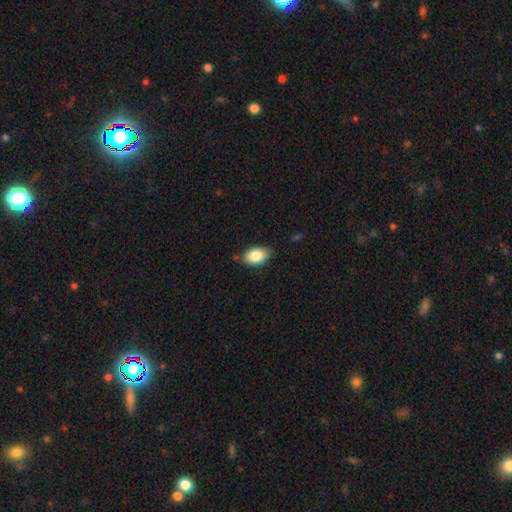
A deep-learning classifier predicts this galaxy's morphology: Overall: smooth (85%). How rounded: in between (90%). Merging: none (77%).